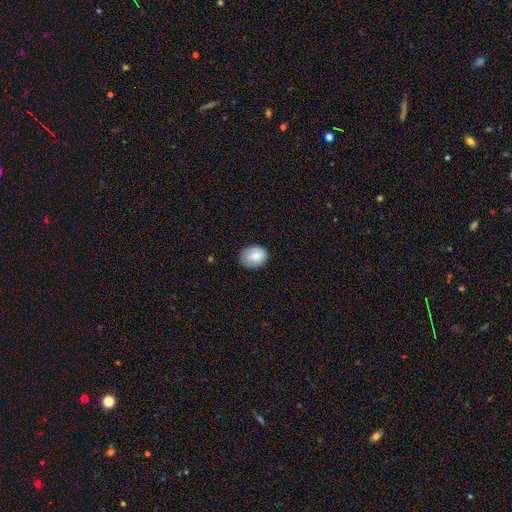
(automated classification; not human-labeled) Overall: smooth (81%). How rounded: in between (52%; round 47%). Merging: none (71%).